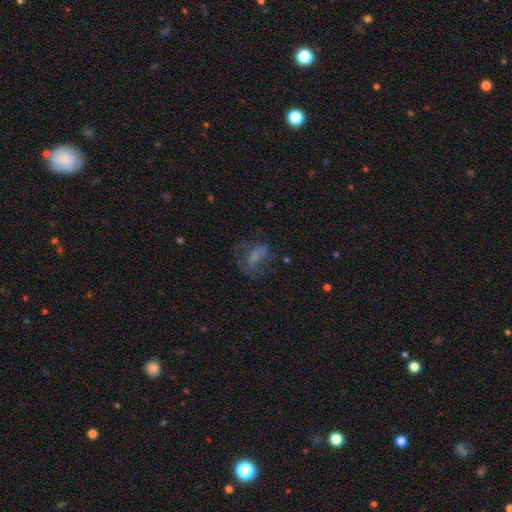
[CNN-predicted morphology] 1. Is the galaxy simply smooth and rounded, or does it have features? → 45% smooth, 39% featured or disk, 16% star or artifact.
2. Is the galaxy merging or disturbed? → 38% none (tied), 38% major disturbance (tied), 21% minor disturbance, 3% merger.